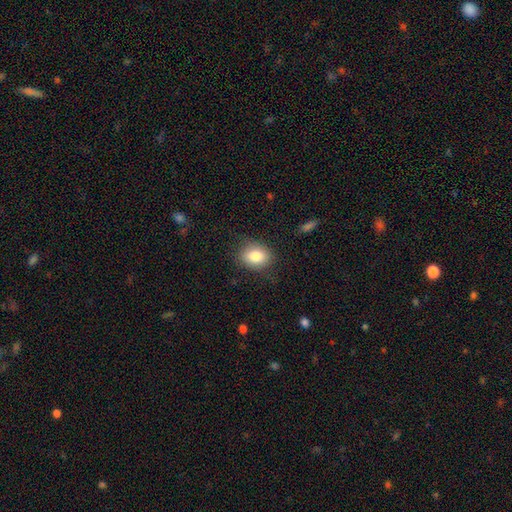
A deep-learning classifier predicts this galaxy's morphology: A smooth galaxy with no disk features (82%) that is in between round and cigar-shaped (65%).

Vote fractions:
- Smooth or featured? smooth: 82% / featured or disk: 9% / star or artifact: 8%
- How rounded? in between: 65% / round: 34% / cigar-shaped: 1%
- Merging? none: 80% / minor disturbance: 14% / major disturbance: 4% / merger: 1%